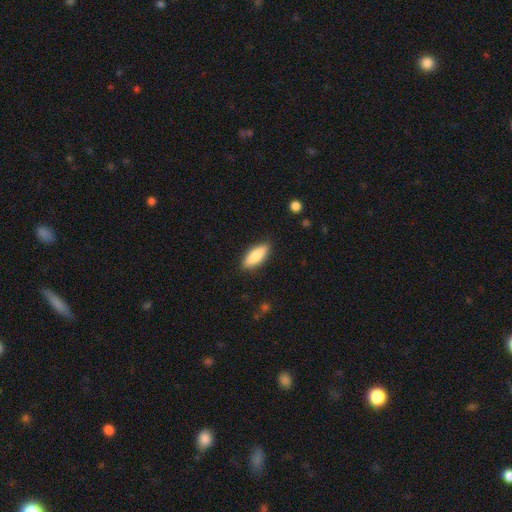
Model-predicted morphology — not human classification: Smooth or featured: smooth — 78% (featured or disk — 16%)
How rounded: in between — 58% (cigar-shaped — 40%)
Merging: none — 87% (minor disturbance — 10%)